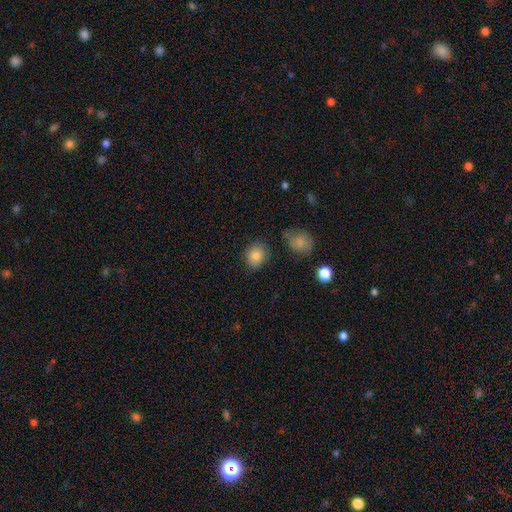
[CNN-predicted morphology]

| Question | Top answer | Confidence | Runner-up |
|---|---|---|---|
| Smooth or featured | smooth | 83% | star or artifact (10%) |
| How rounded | round | 69% | in between (30%) |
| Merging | none | 77% | minor disturbance (15%) |